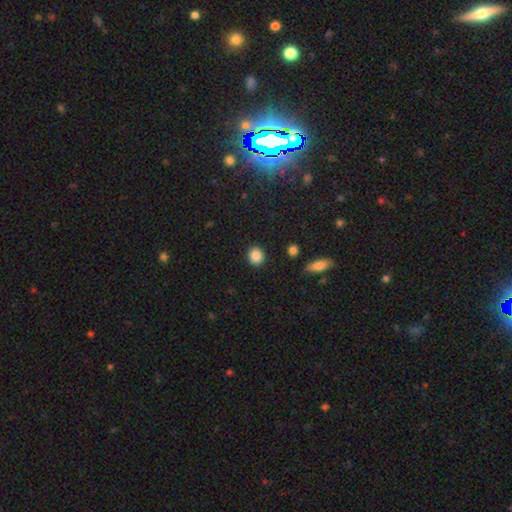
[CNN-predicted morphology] smooth-or-featured: smooth: 87% | star or artifact: 9% | featured or disk: 4%
  how-rounded: round: 74% | in between: 25% | cigar-shaped: 1%
  merging: none: 90% | minor disturbance: 6% | major disturbance: 2% | merger: 2%